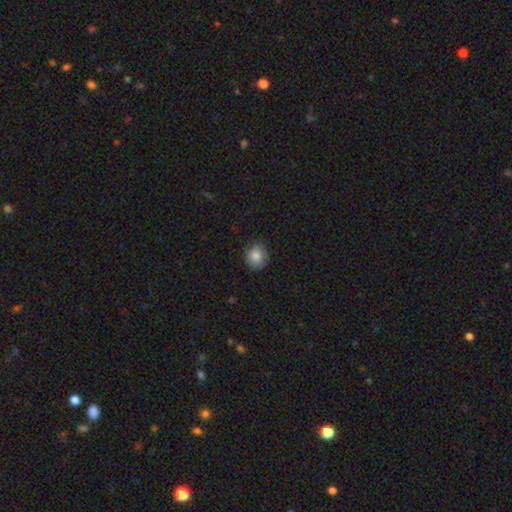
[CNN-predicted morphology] The model was most divided on "how rounded": round: 75%, in between: 24%, cigar-shaped: 1%. More confident: smooth or featured — smooth (83%); merging — none (83%).